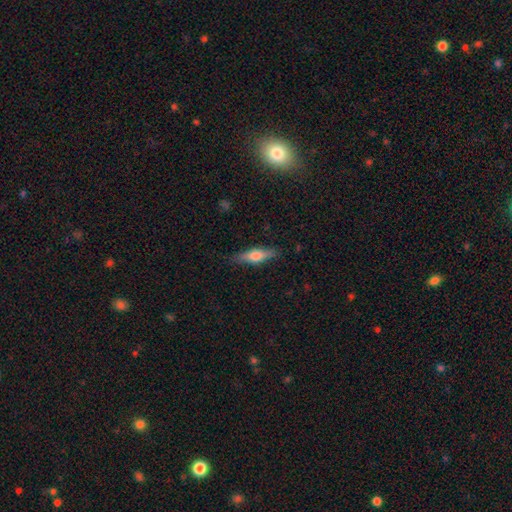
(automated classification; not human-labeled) Q: Smooth or featured?
A: smooth (50%); runner-up: featured or disk (44%)
Q: Merging?
A: none (85%); runner-up: minor disturbance (11%)